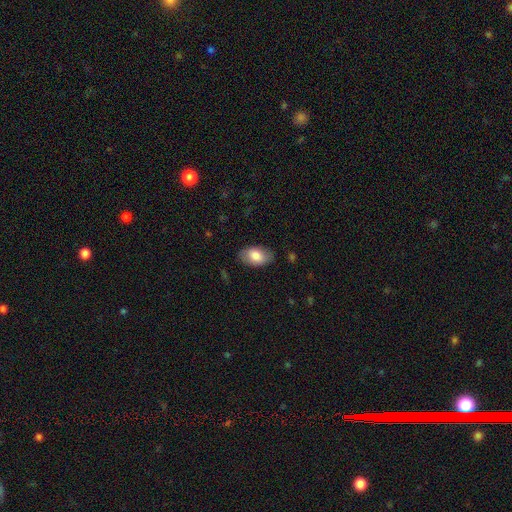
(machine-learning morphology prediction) Q: Smooth or featured?
A: smooth (79%); runner-up: featured or disk (15%)
Q: How rounded?
A: in between (93%); runner-up: round (6%)
Q: Merging?
A: none (83%); runner-up: minor disturbance (13%)